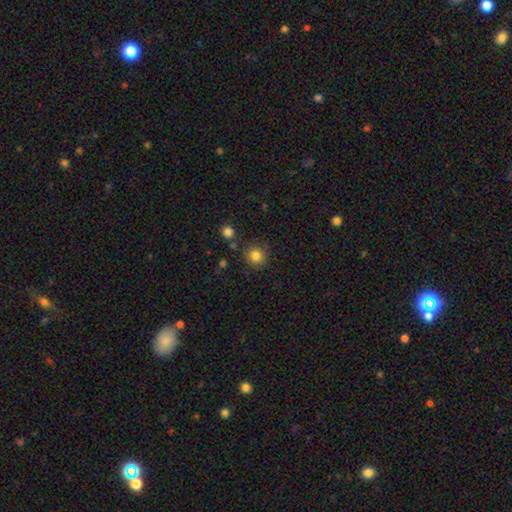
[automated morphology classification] Smooth or featured? Predicted: smooth (p=0.84). How rounded? Predicted: round (p=0.93). Merging? Predicted: none (p=0.85).